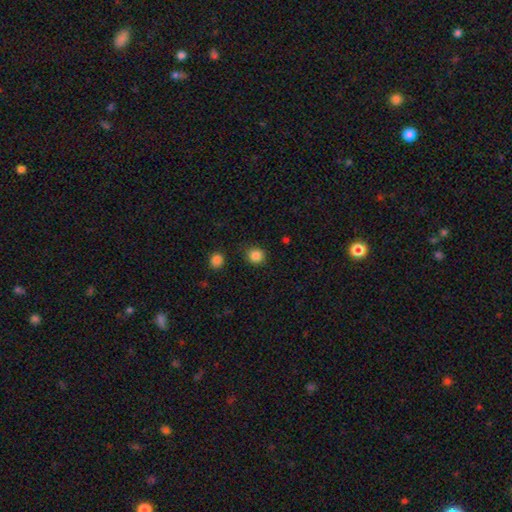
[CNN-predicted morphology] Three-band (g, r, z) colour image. It shows a smooth galaxy with no disk features (85%) that is round (87%). Merging: none (86%).